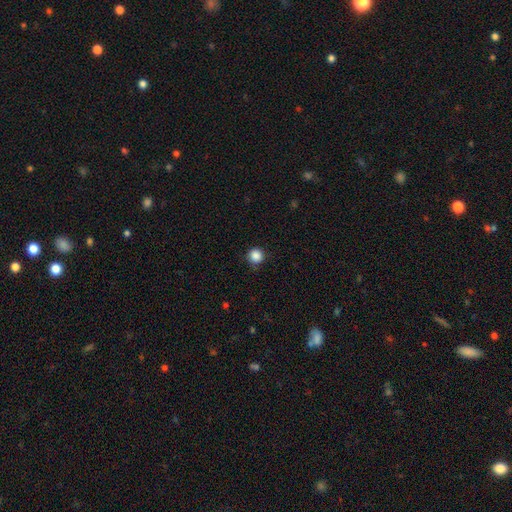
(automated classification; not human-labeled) Smooth or featured? smooth (87%)
How rounded? round (95%)
Merging? none (86%)